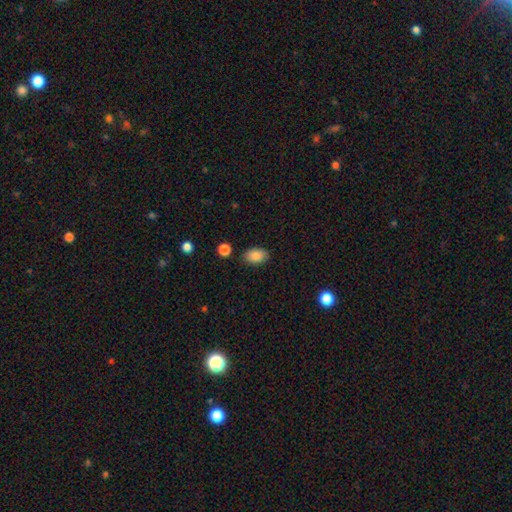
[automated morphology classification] This appears to be a smooth galaxy with no disk features (86%) that is in between round and cigar-shaped (85%). Merging: none (84%).